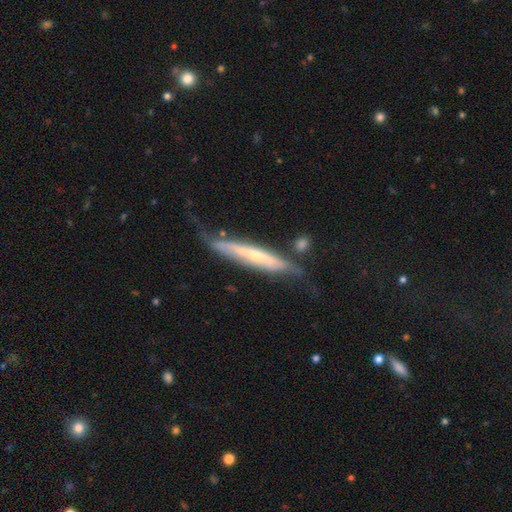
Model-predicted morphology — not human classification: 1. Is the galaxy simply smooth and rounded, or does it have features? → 66% featured or disk, 28% smooth, 6% star or artifact.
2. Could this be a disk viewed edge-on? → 77% yes, 23% no.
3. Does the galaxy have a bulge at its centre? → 49% rounded, 43% none, 8% boxy.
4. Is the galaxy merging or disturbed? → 52% none, 28% minor disturbance, 14% major disturbance, 7% merger.